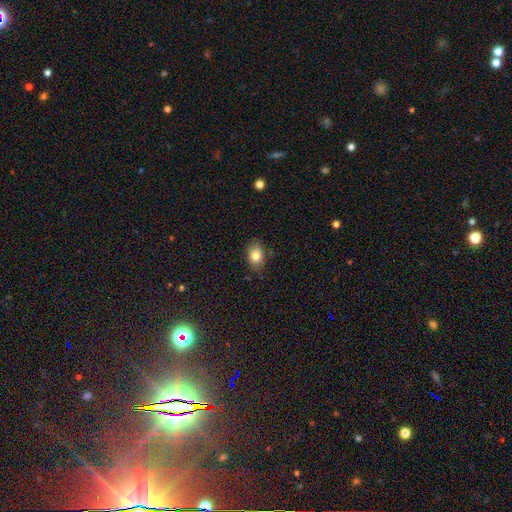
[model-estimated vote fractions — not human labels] Smooth or featured? Predicted: smooth (p=0.82). How rounded? Predicted: in between (p=0.69). Merging? Predicted: none (p=0.81).